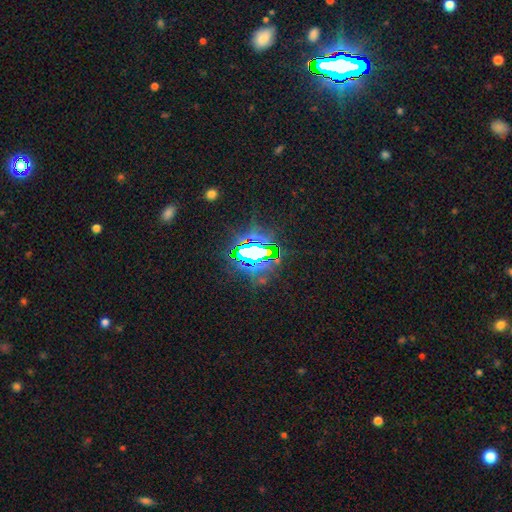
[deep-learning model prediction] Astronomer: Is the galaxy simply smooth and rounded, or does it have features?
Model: star or artifact — 74%.